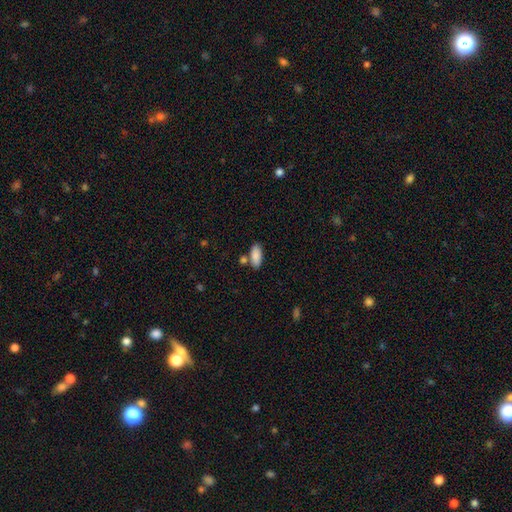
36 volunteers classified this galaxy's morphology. smooth-or-featured: smooth: 92% | featured or disk: 8% | star or artifact: 0%
  how-rounded: in between: 82% | cigar-shaped: 15% | round: 3%
  merging: none: 81% | major disturbance: 8% | minor disturbance: 6% | merger: 6%